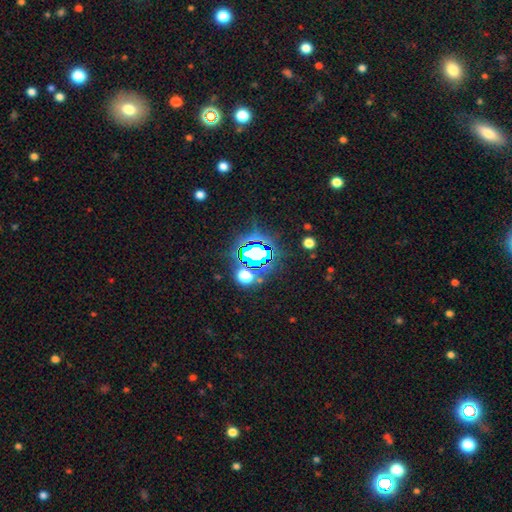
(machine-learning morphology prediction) star or artifact 72%, smooth 17%, featured or disk 11%.